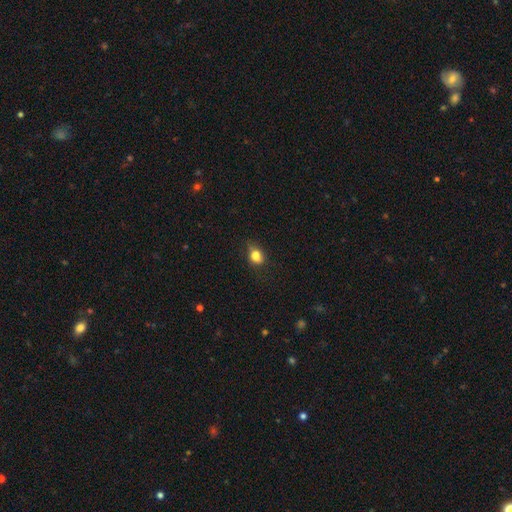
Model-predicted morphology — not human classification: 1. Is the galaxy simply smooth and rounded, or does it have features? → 82% smooth, 11% star or artifact, 7% featured or disk.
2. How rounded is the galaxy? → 55% in between, 44% round, 2% cigar-shaped.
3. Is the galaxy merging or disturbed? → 59% none, 29% minor disturbance, 9% major disturbance, 3% merger.